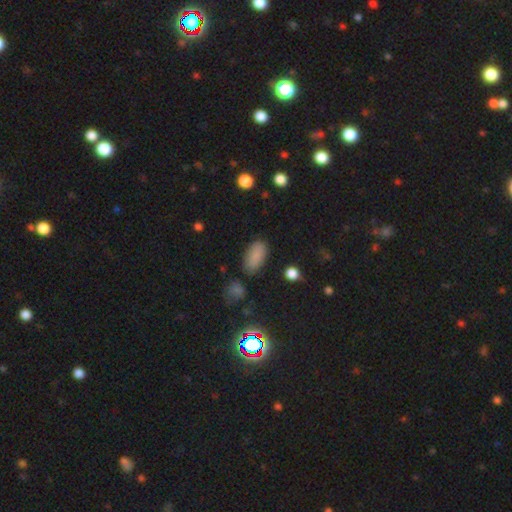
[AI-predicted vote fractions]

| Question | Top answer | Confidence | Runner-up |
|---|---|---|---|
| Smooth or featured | smooth | 83% | star or artifact (11%) |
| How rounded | in between | 92% | cigar-shaped (5%) |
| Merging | none | 81% | minor disturbance (12%) |